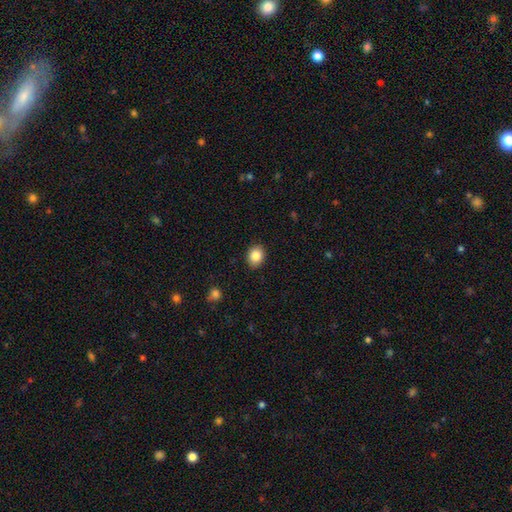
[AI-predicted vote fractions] Smooth or featured: smooth — 86% (star or artifact — 9%)
How rounded: in between — 50% (round — 49%)
Merging: none — 89% (minor disturbance — 8%)